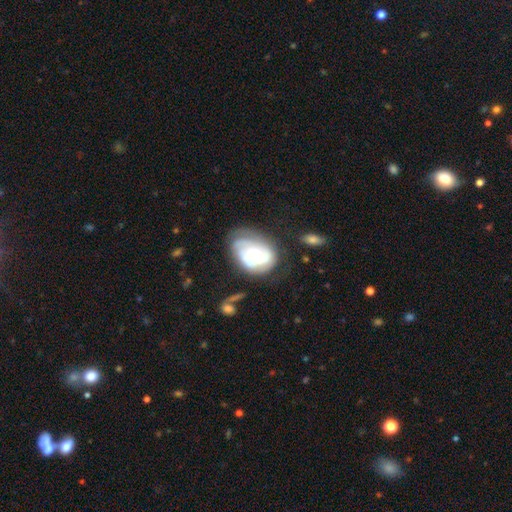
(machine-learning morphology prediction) smooth-or-featured: featured or disk: 79% | smooth: 16% | star or artifact: 5%
  disk-edge-on: no: 97% | yes: 3%
    bar: no: 58% | weak: 34% | strong: 8%
    has-spiral-arms: yes: 91% | no: 9%
      spiral-winding: tight: 58% | medium: 32% | loose: 10%
      spiral-arm-count: 2: 36% | can't tell: 30% | 3: 19% | 1: 8% | 4: 4% | more than 4: 3%
    bulge-size: moderate: 64% | small: 27% | large: 7% | none: 1% | dominant: 1%
  merging: none: 54% | minor disturbance: 26% | major disturbance: 16% | merger: 3%